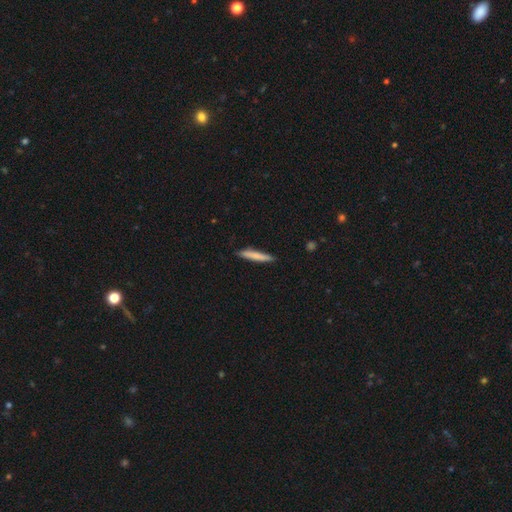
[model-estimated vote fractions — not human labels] A smooth galaxy with no disk features (77%) that is cigar-shaped (94%). Merging: none (87%).